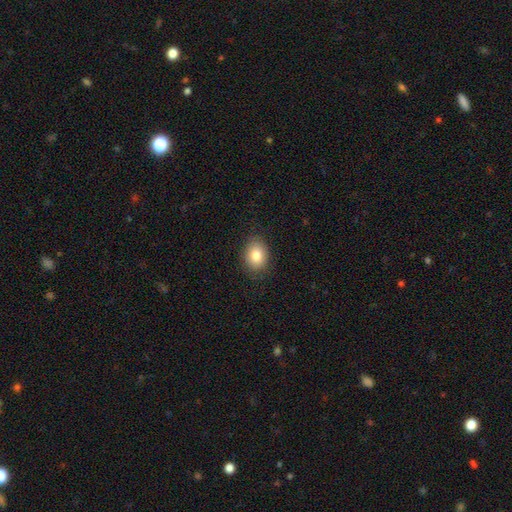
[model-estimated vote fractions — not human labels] smooth 82%, featured or disk 9%, star or artifact 9%. Down the decision tree: how rounded — in between (64%); merging — none (86%).